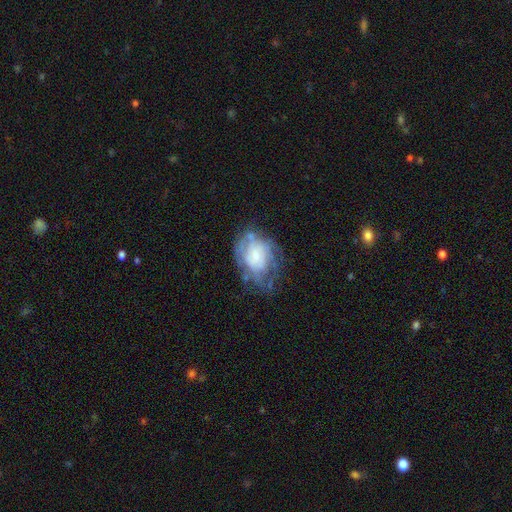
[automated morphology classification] Smooth or featured?
  - featured or disk: 66% *
  - smooth: 25%
  - star or artifact: 9%
Edge-on disk?
  - no: 97% *
  - yes: 3%
Bar?
  - no: 70% *
  - weak: 26%
  - strong: 5%
Spiral arms?
  - yes: 65% *
  - no: 35%
Bulge size?
  - small: 49% *
  - moderate: 28%
  - large: 11%
  - none: 10%
  - dominant: 2%
Merging?
  - none: 46% *
  - minor disturbance: 26%
  - major disturbance: 24%
  - merger: 4%